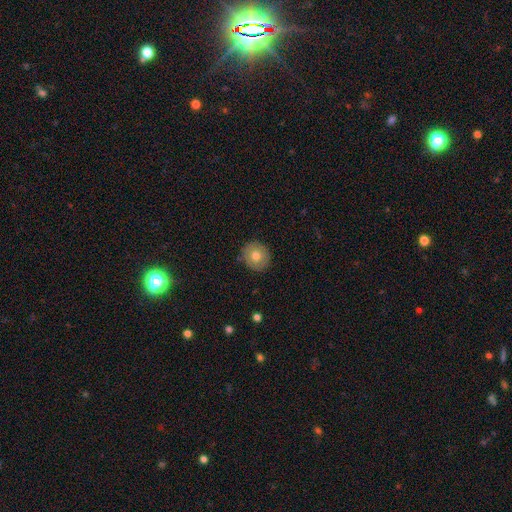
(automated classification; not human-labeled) A smooth galaxy with no disk features (71%) that is round (86%). Merging: none (87%).